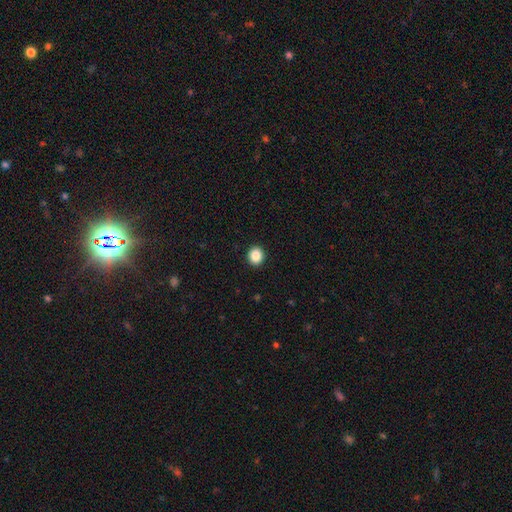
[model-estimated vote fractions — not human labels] Smooth or featured?
  - smooth: 88% *
  - star or artifact: 9%
  - featured or disk: 3%
How rounded?
  - round: 81% *
  - in between: 18%
  - cigar-shaped: 1%
Merging?
  - none: 93% *
  - minor disturbance: 5%
  - major disturbance: 2%
  - merger: 1%